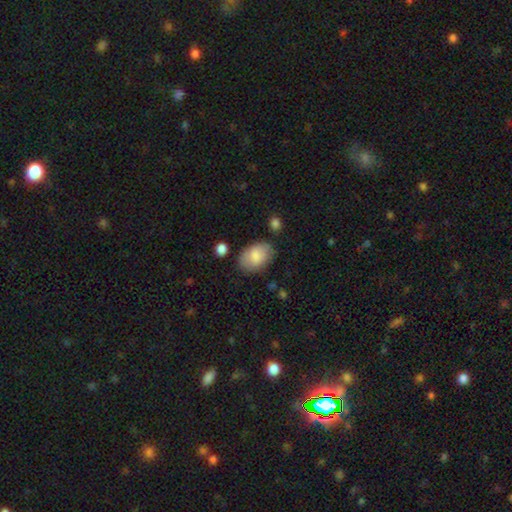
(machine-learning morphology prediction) This appears to be a smooth galaxy with no disk features (83%) that is in between round and cigar-shaped (88%). Merging: none (76%).